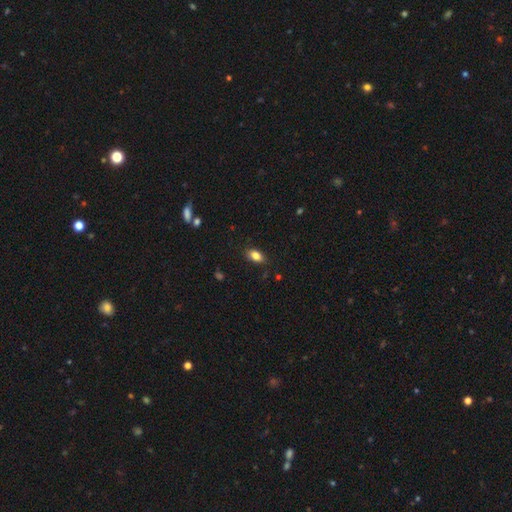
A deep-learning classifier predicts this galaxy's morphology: type=smooth (83%); roundness=in between (85%); merging=none (84%).